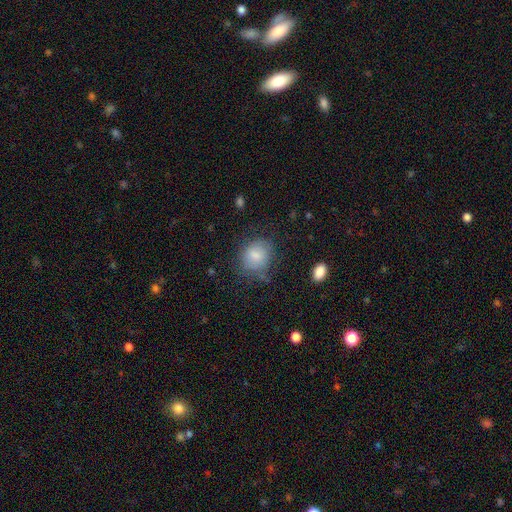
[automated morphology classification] A smooth galaxy with no disk features (78%) that is round (66%). Merging: none (59%).